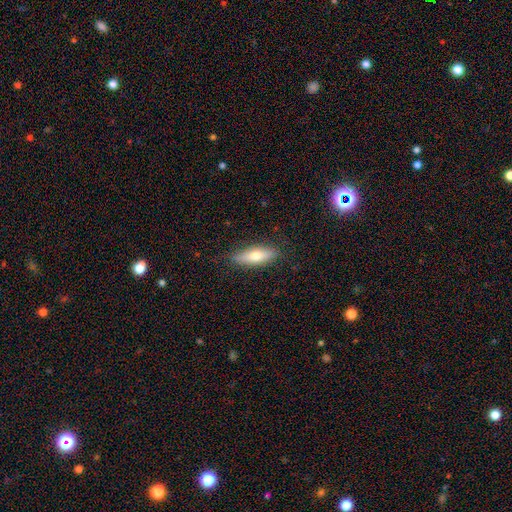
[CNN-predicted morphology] smooth 67%, featured or disk 27%, star or artifact 6%. Down the decision tree: how rounded — in between (56%); merging — none (85%).